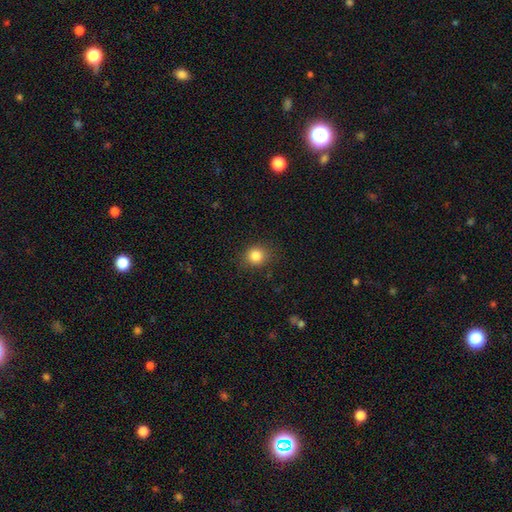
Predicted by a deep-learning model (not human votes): Q: Smooth or featured?
A: smooth (84%); runner-up: star or artifact (11%)
Q: How rounded?
A: round (80%); runner-up: in between (19%)
Q: Merging?
A: none (86%); runner-up: minor disturbance (10%)